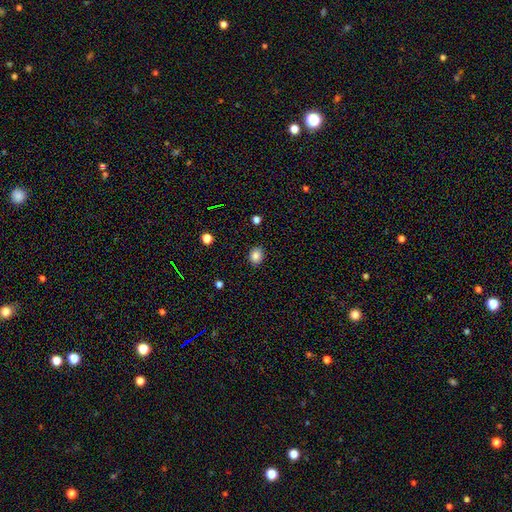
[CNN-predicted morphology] A smooth galaxy with no disk features (84%) that is round (62%).

Vote fractions:
- Smooth or featured? smooth: 84% / star or artifact: 11% / featured or disk: 5%
- How rounded? round: 62% / in between: 37% / cigar-shaped: 1%
- Merging? none: 89% / minor disturbance: 8% / major disturbance: 2% / merger: 1%